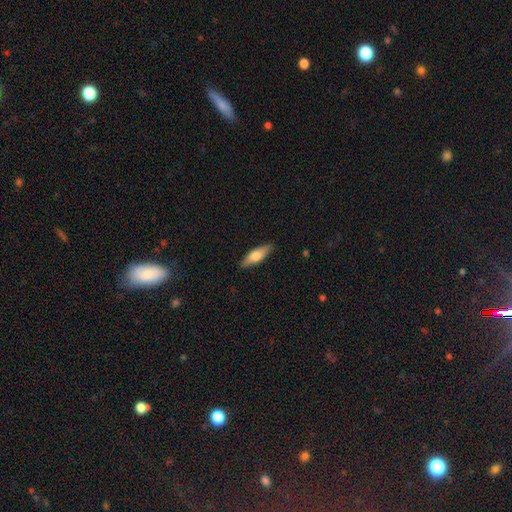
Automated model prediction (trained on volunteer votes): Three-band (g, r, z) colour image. It shows a smooth galaxy with no disk features (65%) that is in between round and cigar-shaped (52%). Merging: none (86%).